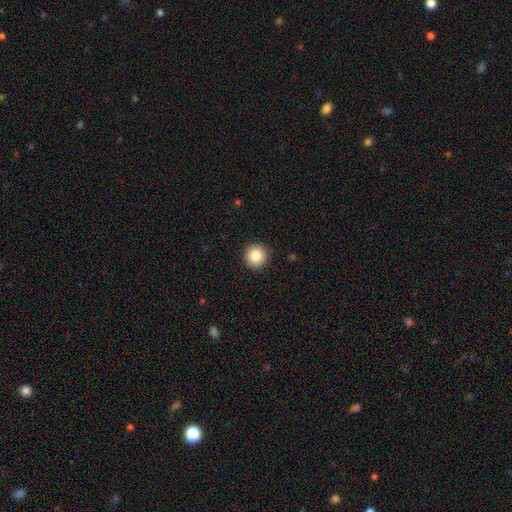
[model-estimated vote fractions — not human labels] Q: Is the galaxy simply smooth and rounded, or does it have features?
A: smooth — 85%.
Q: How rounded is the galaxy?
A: round — 94%.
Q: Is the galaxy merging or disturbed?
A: none — 91%.